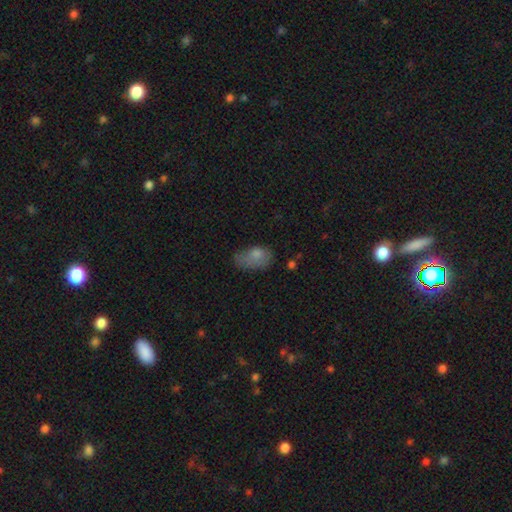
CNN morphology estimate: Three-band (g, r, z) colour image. It shows a smooth galaxy with no disk features (76%) that is in between round and cigar-shaped (89%). Merging: minor disturbance (37%).